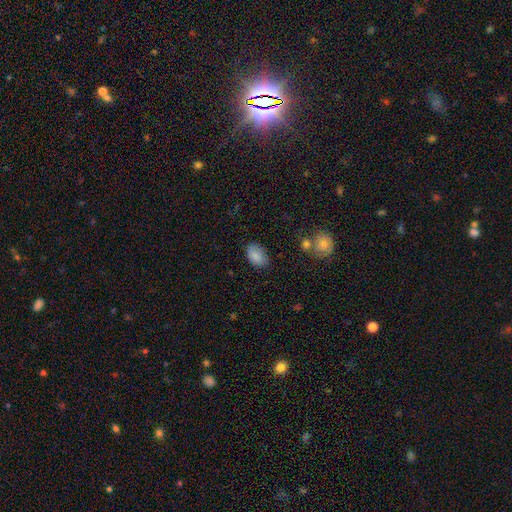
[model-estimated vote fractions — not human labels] Overall: smooth (87%). How rounded: in between (88%). Merging: none (78%).